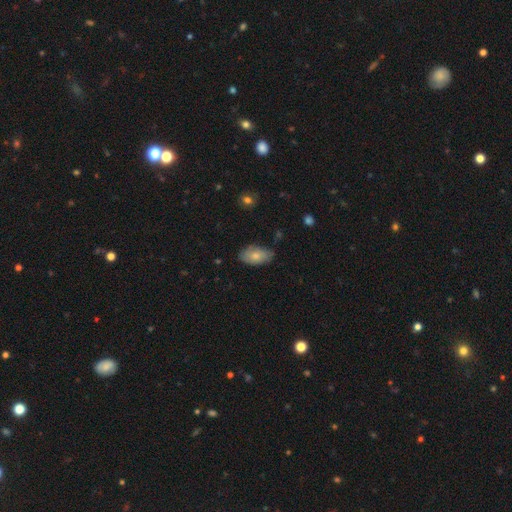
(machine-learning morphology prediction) smooth-or-featured: smooth: 77% | featured or disk: 17% | star or artifact: 7%
  how-rounded: in between: 93% | round: 4% | cigar-shaped: 2%
  merging: none: 71% | minor disturbance: 23% | major disturbance: 4% | merger: 2%